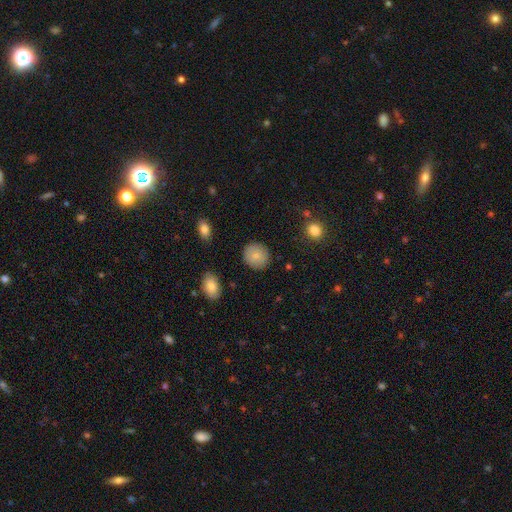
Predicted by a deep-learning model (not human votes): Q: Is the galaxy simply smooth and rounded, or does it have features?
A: smooth — 82%.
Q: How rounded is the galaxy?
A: round — 81%.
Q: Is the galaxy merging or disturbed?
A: none — 87%.